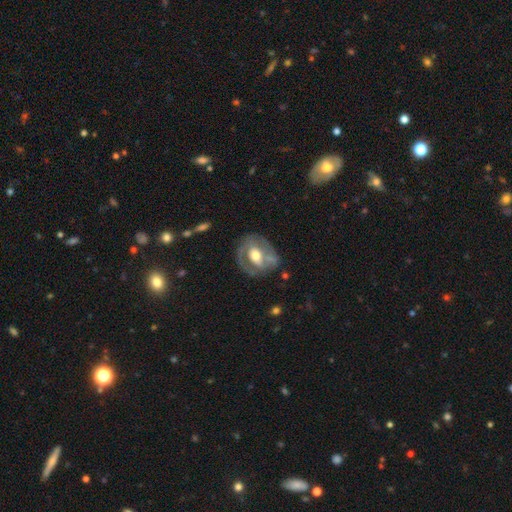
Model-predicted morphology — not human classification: A featured or disk galaxy (68%) with no bar (41%), spiral arms (51%) and a moderate central bulge (69%). Merging: none (64%).